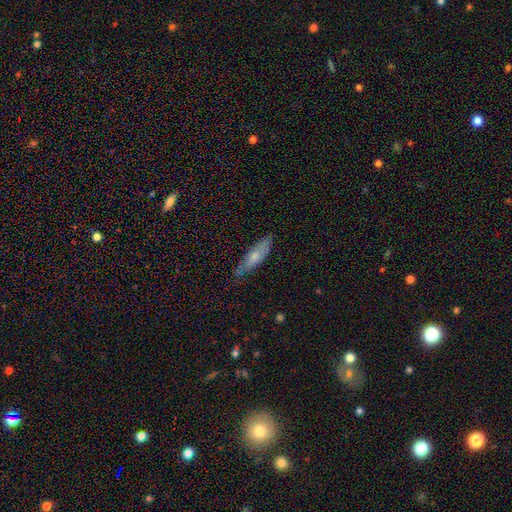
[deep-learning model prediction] smooth_or_featured: smooth (p=0.58) [alt: featured or disk p=0.34]
how_rounded: cigar-shaped (p=0.68) [alt: in between p=0.30]
merging: none (p=0.76) [alt: minor disturbance p=0.20]